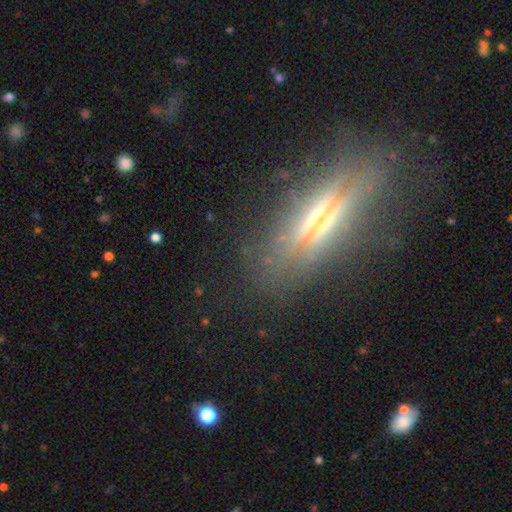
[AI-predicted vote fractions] Q: Smooth or featured?
A: featured or disk (68%); runner-up: smooth (20%)
Q: Edge-on disk?
A: yes (85%); runner-up: no (15%)
Q: Edge-on bulge?
A: rounded (70%); runner-up: none (16%)
Q: Merging?
A: none (75%); runner-up: minor disturbance (15%)